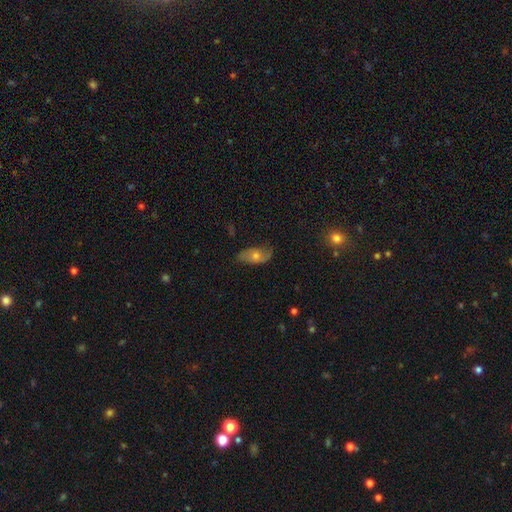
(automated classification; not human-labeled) Overall: featured or disk (47%; smooth 42%). Merging: none (71%).